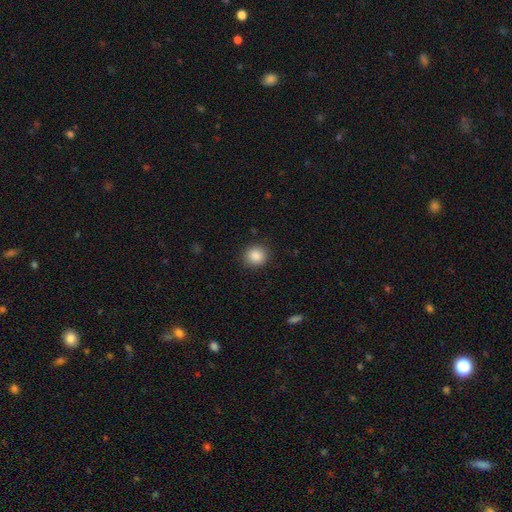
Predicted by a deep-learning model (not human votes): smooth 87%, star or artifact 9%, featured or disk 4%. Down the decision tree: how rounded — round (83%); merging — none (89%).